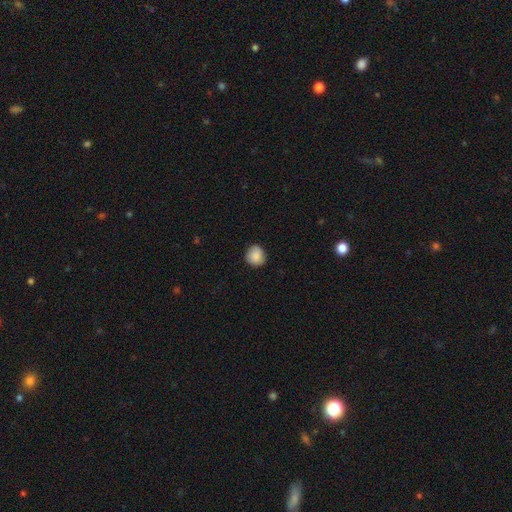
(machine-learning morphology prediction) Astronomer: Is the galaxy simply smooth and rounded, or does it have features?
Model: smooth — 86%.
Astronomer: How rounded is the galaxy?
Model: round — 88%.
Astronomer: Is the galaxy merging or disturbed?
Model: none — 86%.